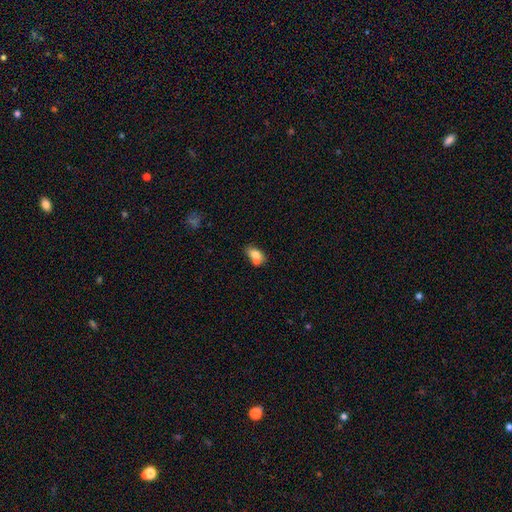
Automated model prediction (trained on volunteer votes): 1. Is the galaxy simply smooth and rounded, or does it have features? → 72% smooth, 19% featured or disk, 9% star or artifact.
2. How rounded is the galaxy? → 80% in between, 16% round, 4% cigar-shaped.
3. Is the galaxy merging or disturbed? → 48% merger, 36% none, 12% minor disturbance, 4% major disturbance.